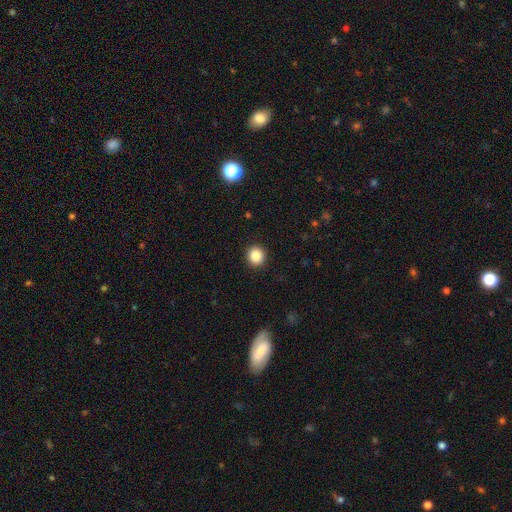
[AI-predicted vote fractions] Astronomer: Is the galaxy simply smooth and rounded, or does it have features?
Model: smooth — 86%.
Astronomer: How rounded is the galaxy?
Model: round — 87%.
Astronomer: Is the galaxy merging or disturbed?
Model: none — 92%.